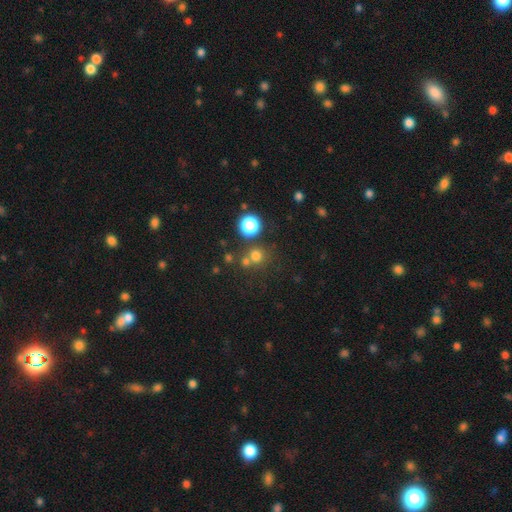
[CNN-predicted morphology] The model was most divided on "merging": none: 65%, merger: 24%, minor disturbance: 8%, major disturbance: 4%. More confident: how rounded — round (90%); smooth or featured — smooth (69%).